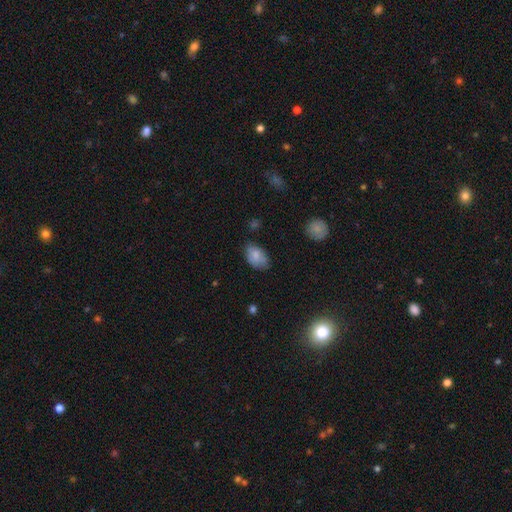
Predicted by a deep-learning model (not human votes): smooth_or_featured: smooth (p=0.80) [alt: featured or disk p=0.12]
how_rounded: in between (p=0.89) [alt: round p=0.09]
merging: none (p=0.66) [alt: minor disturbance p=0.27]